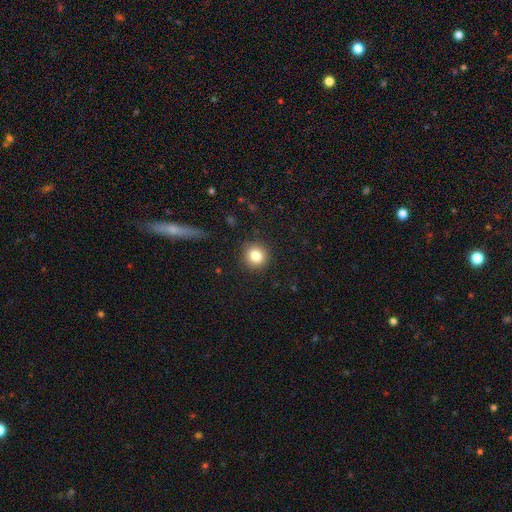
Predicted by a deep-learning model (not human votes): Overall: smooth (83%). How rounded: round (92%). Merging: none (89%).